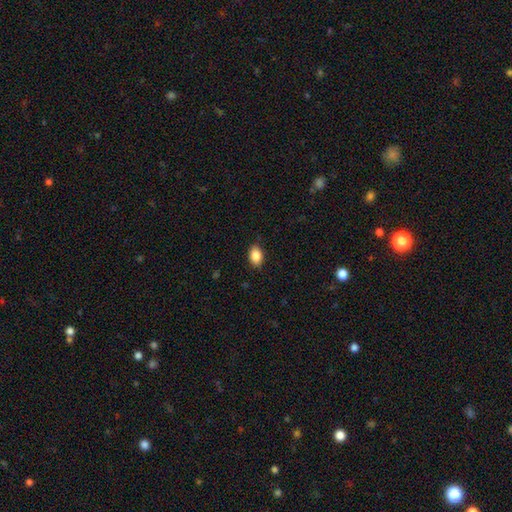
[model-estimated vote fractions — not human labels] Smooth or featured? Predicted: smooth (p=0.87). How rounded? Predicted: in between (p=0.85). Merging? Predicted: none (p=0.85).